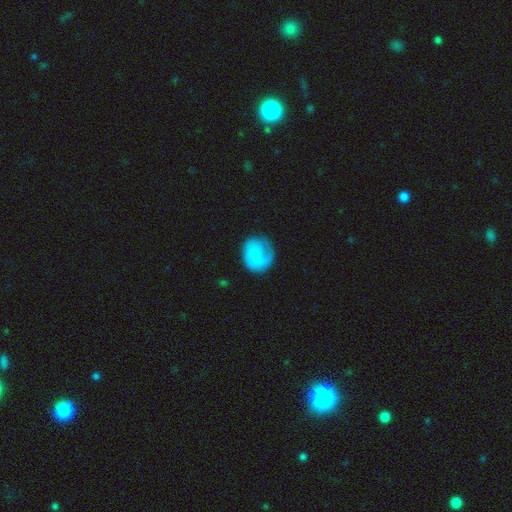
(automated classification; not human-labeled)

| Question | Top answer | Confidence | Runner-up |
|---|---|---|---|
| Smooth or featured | smooth | 59% | featured or disk (35%) |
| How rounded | round | 78% | in between (21%) |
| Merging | none | 61% | minor disturbance (22%) |